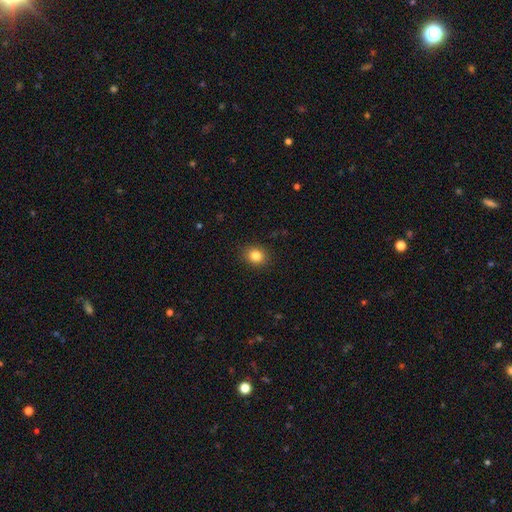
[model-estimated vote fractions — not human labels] smooth-or-featured: smooth: 84% | star or artifact: 11% | featured or disk: 6%
  how-rounded: round: 63% | in between: 36% | cigar-shaped: 1%
  merging: none: 89% | minor disturbance: 8% | major disturbance: 2% | merger: 1%